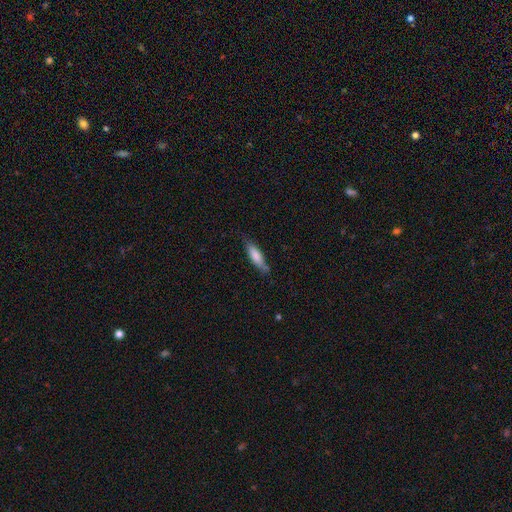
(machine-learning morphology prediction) Smooth or featured? smooth (78%)
How rounded? cigar-shaped (60%)
Merging? none (69%)